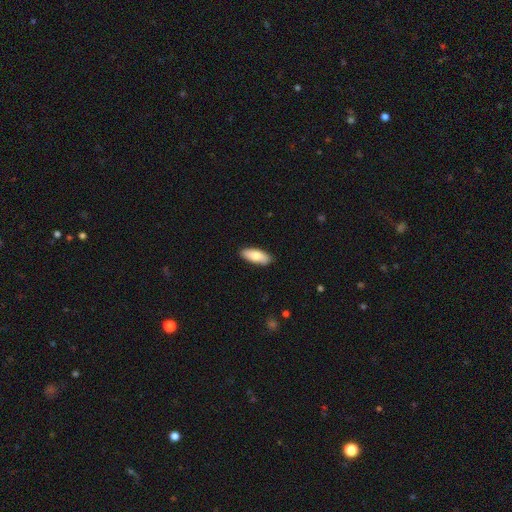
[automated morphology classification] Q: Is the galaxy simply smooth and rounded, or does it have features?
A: smooth — 81%.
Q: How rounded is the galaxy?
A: in between — 80%.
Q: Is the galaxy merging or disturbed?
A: none — 88%.